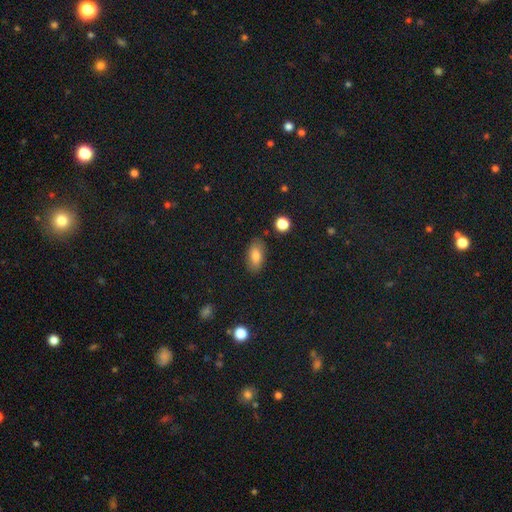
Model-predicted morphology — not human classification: The model was most divided on "smooth or featured": smooth: 81%, featured or disk: 10%, star or artifact: 9%. More confident: how rounded — in between (90%); merging — none (84%).